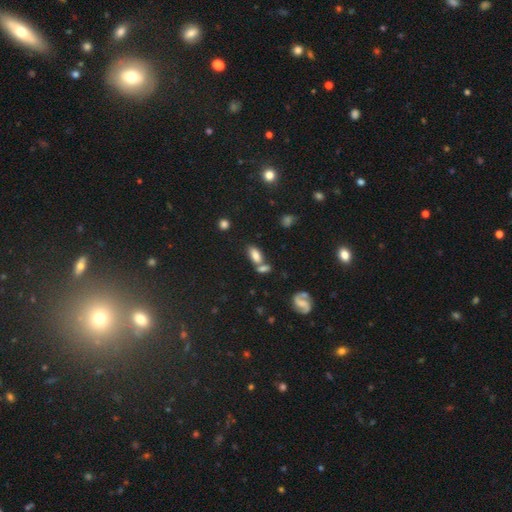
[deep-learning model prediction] smooth-or-featured: smooth: 77% | featured or disk: 13% | star or artifact: 11%
  how-rounded: in between: 87% | cigar-shaped: 8% | round: 5%
  merging: none: 47% | merger: 35% | minor disturbance: 13% | major disturbance: 5%